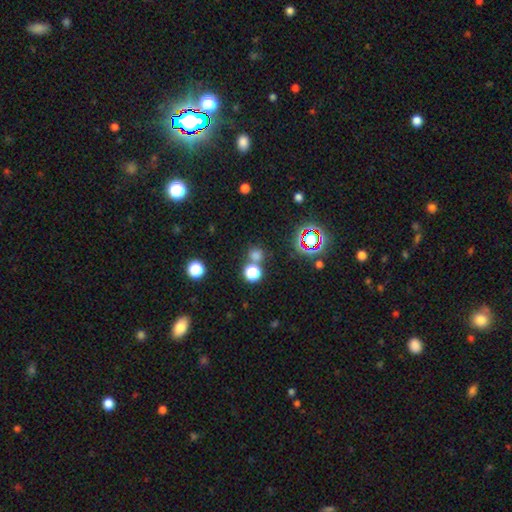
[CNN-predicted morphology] Smooth or featured? Predicted: smooth (p=0.65). How rounded? Predicted: round (p=0.90). Merging? Predicted: none (p=0.69).